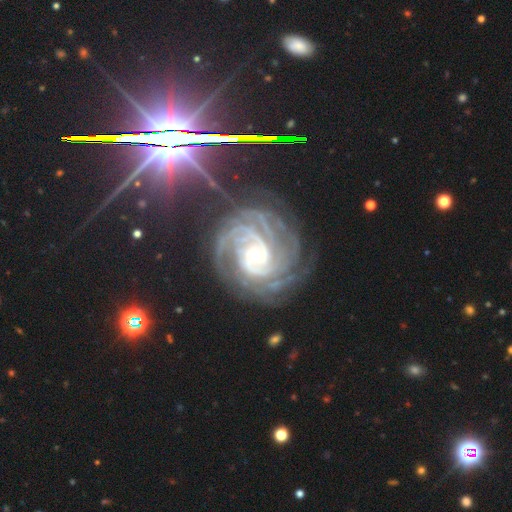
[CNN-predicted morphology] A featured or disk galaxy (90%) with no bar (62%), 4 (20%, tied with 3) tight (75%) spiral arms (98%) and a moderate central bulge (48%).

Vote fractions:
- Smooth or featured? featured or disk: 90% / star or artifact: 7% / smooth: 3%
- Edge-on disk? no: 98% / yes: 2%
- Bar? no: 62% / weak: 25% / strong: 13%
- Spiral arms? yes: 98% / no: 2%
- Spiral winding? tight: 75% / medium: 21% / loose: 4%
- Spiral arm count? 4: 20% (tied) / 3: 20% (tied) / more than 4: 19% / can't tell: 19% / 2: 13% / 1: 9%
- Bulge size? moderate: 48% / small: 47% / large: 3% / none: 1% / dominant: 1%
- Merging? none: 70% / minor disturbance: 16% / major disturbance: 11% / merger: 3%